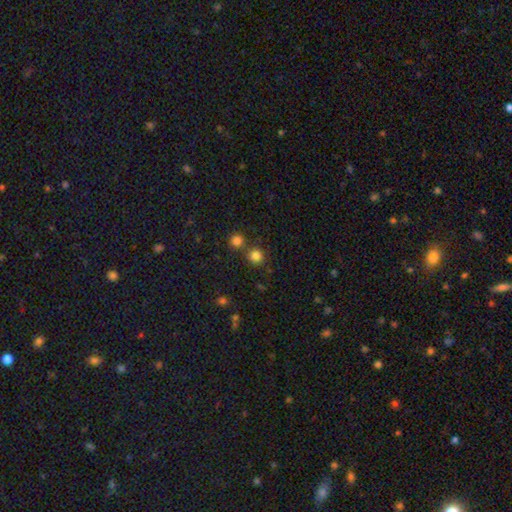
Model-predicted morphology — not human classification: This appears to be a smooth galaxy with no disk features (81%) that is round (91%). Merging: none (74%).